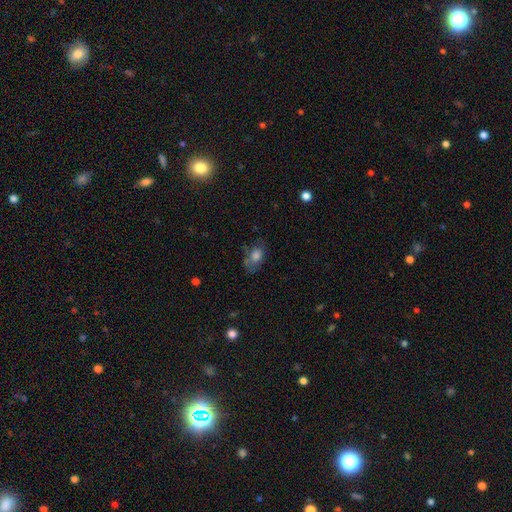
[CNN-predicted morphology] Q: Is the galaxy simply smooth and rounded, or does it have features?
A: smooth — 68%.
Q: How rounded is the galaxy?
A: in between — 84%.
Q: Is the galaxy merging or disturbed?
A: none — 55%.